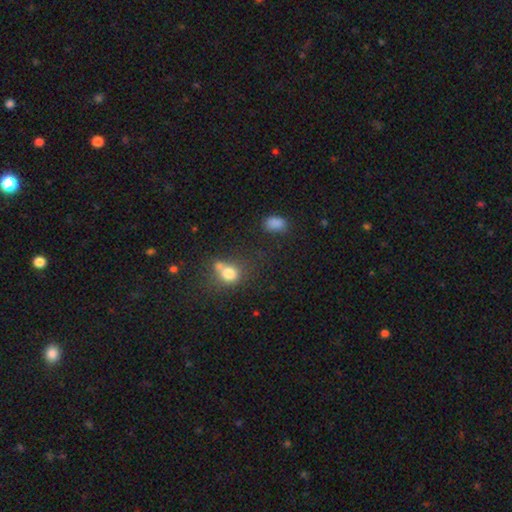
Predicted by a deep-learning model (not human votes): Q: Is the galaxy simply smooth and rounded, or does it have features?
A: smooth — 57%.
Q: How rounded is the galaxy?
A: round — 61%.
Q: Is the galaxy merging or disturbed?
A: none — 62%.